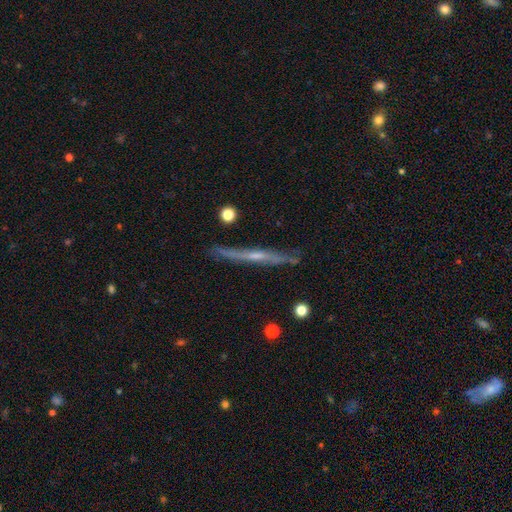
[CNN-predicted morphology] The model was most divided on "edge-on bulge": none: 56%, rounded: 37%, boxy: 7%. More confident: edge-on disk — yes (94%); merging — none (80%); smooth or featured — featured or disk (67%).